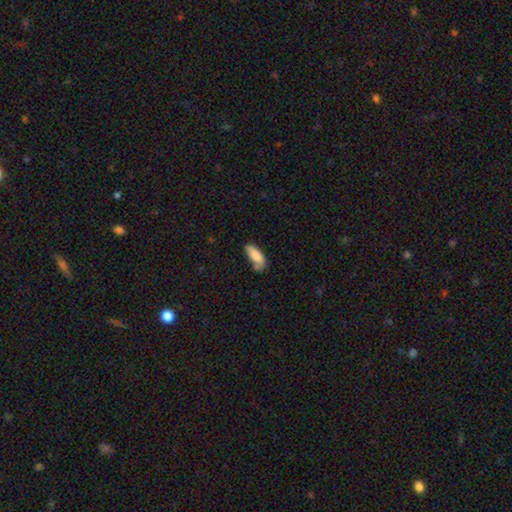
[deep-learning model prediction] The model was most divided on "merging": none: 48%, minor disturbance: 31%, major disturbance: 12%, merger: 9%. More confident: smooth or featured — smooth (82%); how rounded — in between (75%).